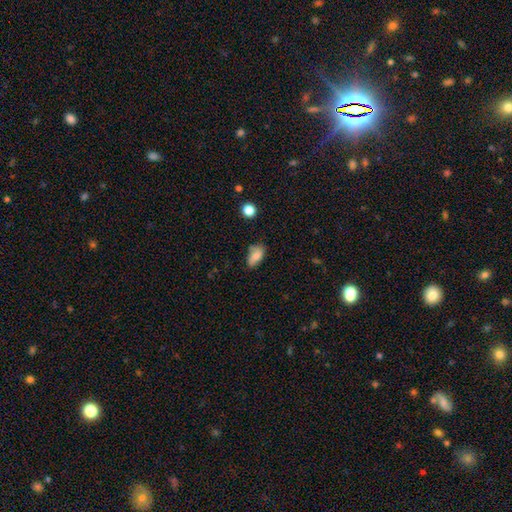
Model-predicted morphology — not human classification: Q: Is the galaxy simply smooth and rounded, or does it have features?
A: smooth — 77%.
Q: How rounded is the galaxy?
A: in between — 89%.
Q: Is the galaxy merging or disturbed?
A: none — 56%.